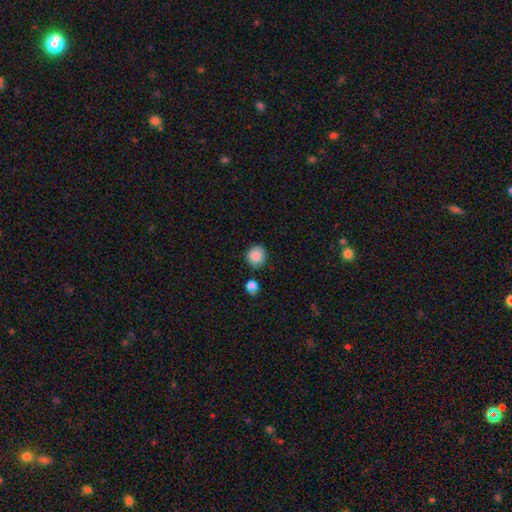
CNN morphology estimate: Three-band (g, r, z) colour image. It shows a smooth galaxy with no disk features (88%) that is round (90%). Merging: none (84%).